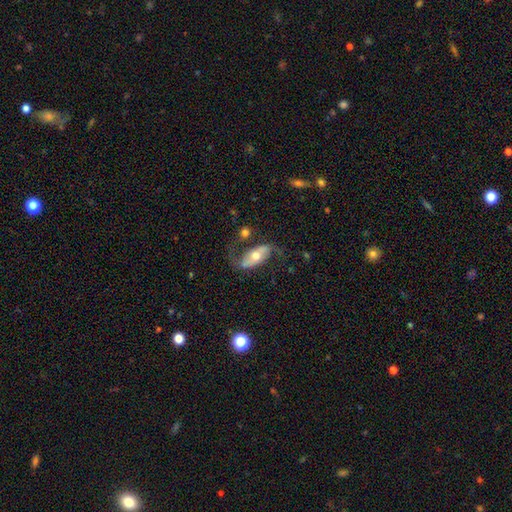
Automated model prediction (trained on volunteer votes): This appears to be a featured or disk galaxy (67%) with no bar (52%), spiral arms (84%) and a moderate central bulge (72%). Merging: none (58%).